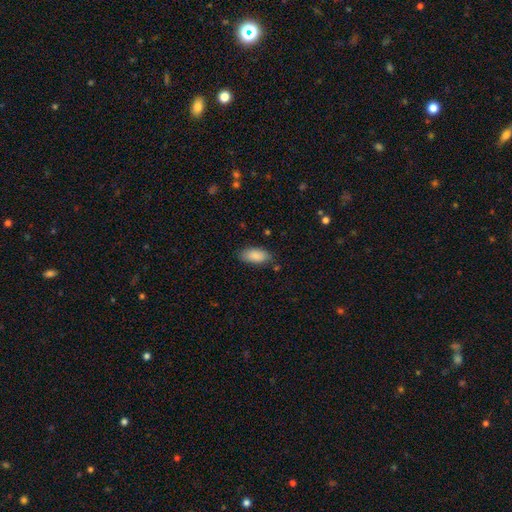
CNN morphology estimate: smooth 89%, star or artifact 6%, featured or disk 5%. Down the decision tree: how rounded — in between (91%); merging — none (81%).